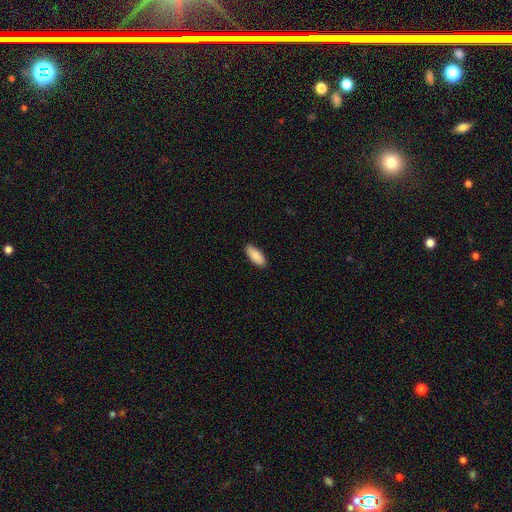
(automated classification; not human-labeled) The model was most divided on "how rounded": in between: 84%, cigar-shaped: 15%, round: 2%. More confident: merging — none (90%); smooth or featured — smooth (89%).